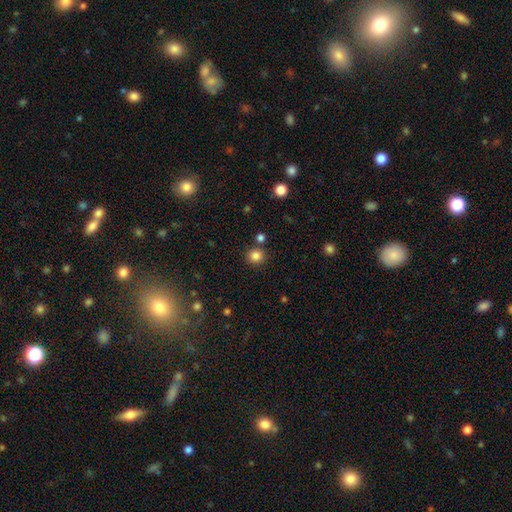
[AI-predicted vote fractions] A smooth galaxy with no disk features (84%) that is round (90%).

Vote fractions:
- Smooth or featured? smooth: 84% / star or artifact: 12% / featured or disk: 4%
- How rounded? round: 90% / in between: 9% / cigar-shaped: 1%
- Merging? none: 84% / merger: 7% / minor disturbance: 7% / major disturbance: 2%